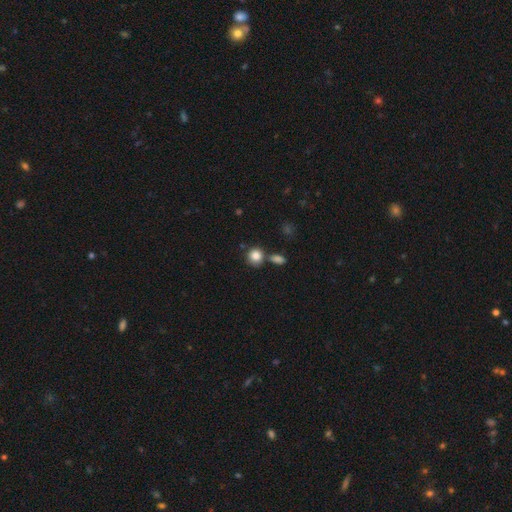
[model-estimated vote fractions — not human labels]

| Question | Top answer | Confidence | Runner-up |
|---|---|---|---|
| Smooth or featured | smooth | 84% | star or artifact (9%) |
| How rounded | round | 85% | in between (13%) |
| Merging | none | 67% | merger (18%) |